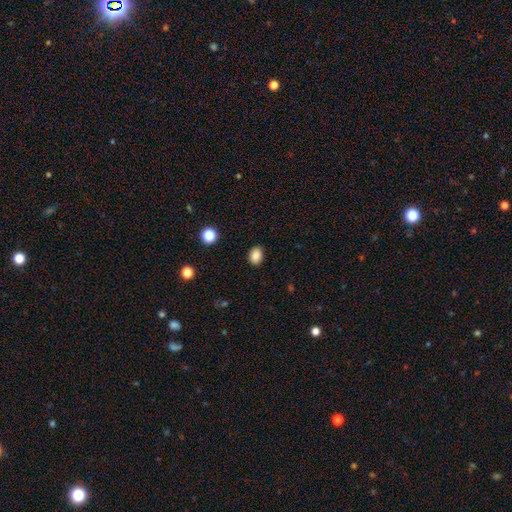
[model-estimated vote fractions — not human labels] The model was most divided on "how rounded": in between: 68%, round: 31%, cigar-shaped: 1%. More confident: merging — none (87%); smooth or featured — smooth (86%).